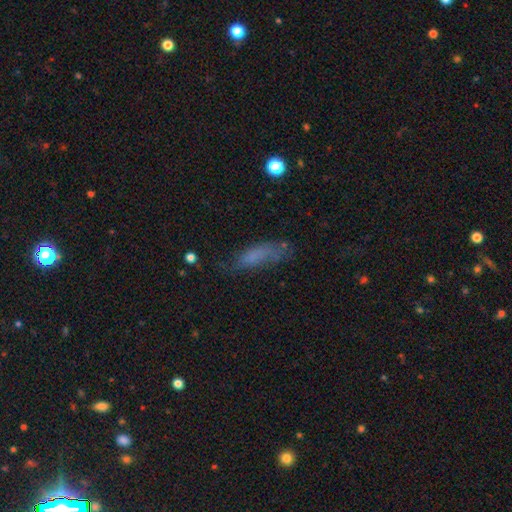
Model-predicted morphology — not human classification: smooth 65%, featured or disk 22%, star or artifact 13%. Down the decision tree: how rounded — in between (49%); merging — none (47%).